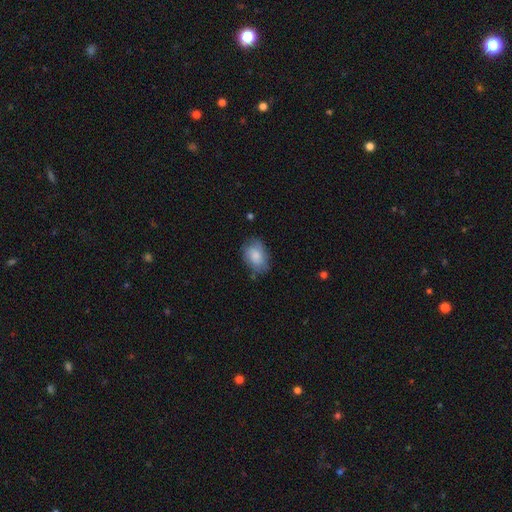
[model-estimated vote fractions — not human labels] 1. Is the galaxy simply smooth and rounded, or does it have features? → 78% smooth, 15% featured or disk, 7% star or artifact.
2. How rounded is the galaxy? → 79% in between, 20% round, 1% cigar-shaped.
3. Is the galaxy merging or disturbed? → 64% none, 26% minor disturbance, 7% major disturbance, 2% merger.